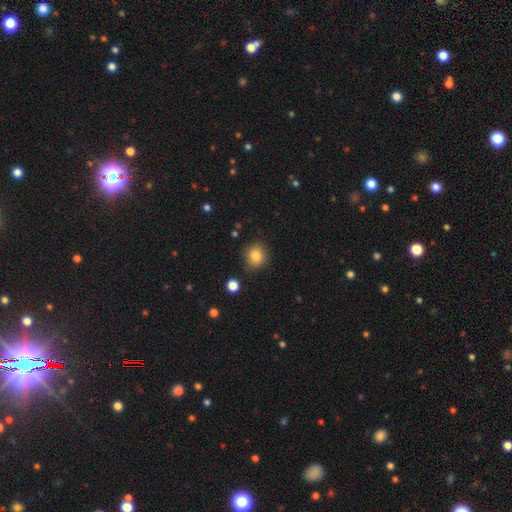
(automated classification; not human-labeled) Smooth or featured?
  - smooth: 83% *
  - star or artifact: 10%
  - featured or disk: 6%
How rounded?
  - round: 88% *
  - in between: 11%
  - cigar-shaped: 1%
Merging?
  - none: 86% *
  - minor disturbance: 9%
  - major disturbance: 2%
  - merger: 2%